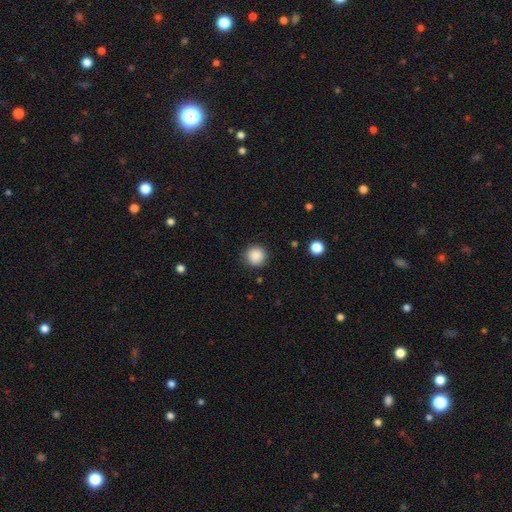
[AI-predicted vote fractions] This appears to be a smooth galaxy with no disk features (88%) that is round (95%). Merging: none (90%).